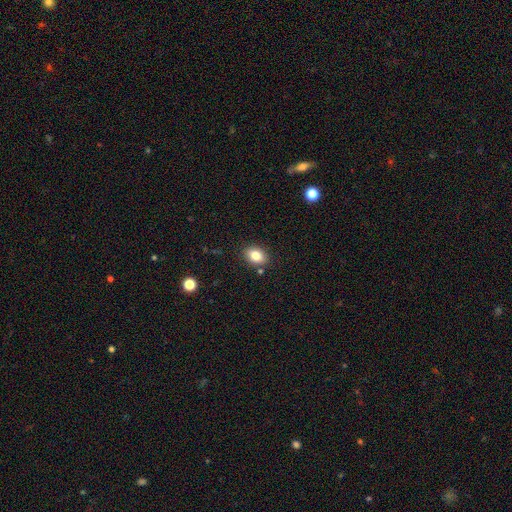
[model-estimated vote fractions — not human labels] The model was most divided on "how rounded": in between: 70%, round: 29%, cigar-shaped: 1%. More confident: merging — none (85%); smooth or featured — smooth (82%).